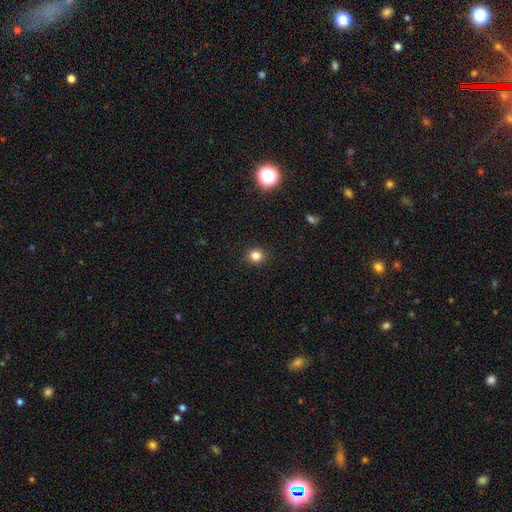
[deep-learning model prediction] This appears to be a smooth galaxy with no disk features (81%) that is round (85%). Merging: none (91%).